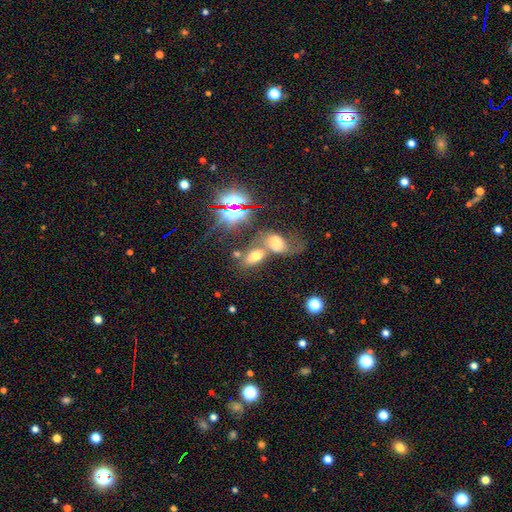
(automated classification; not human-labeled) smooth_or_featured: smooth (p=0.60) [alt: star or artifact p=0.22]
how_rounded: in between (p=0.85) [alt: round p=0.11]
merging: merger (p=0.52) [alt: none p=0.31]